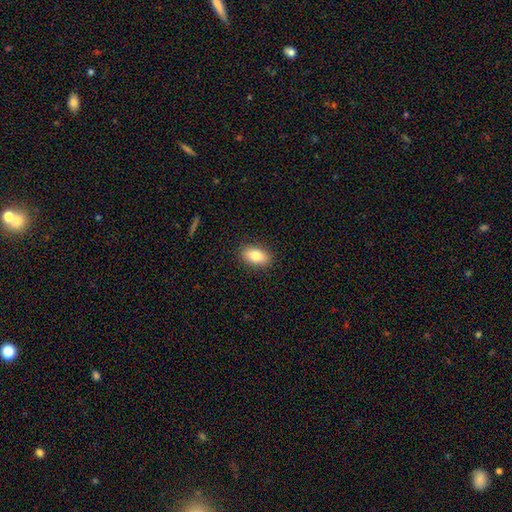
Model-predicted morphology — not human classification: Smooth or featured? Predicted: smooth (p=0.83). How rounded? Predicted: in between (p=0.90). Merging? Predicted: none (p=0.89).